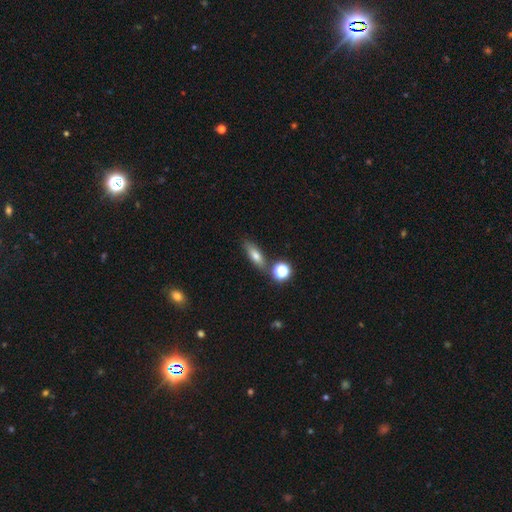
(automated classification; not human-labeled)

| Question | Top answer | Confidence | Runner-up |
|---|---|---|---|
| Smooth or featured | smooth | 69% | featured or disk (19%) |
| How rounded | in between | 56% | cigar-shaped (36%) |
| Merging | none | 75% | minor disturbance (12%) |